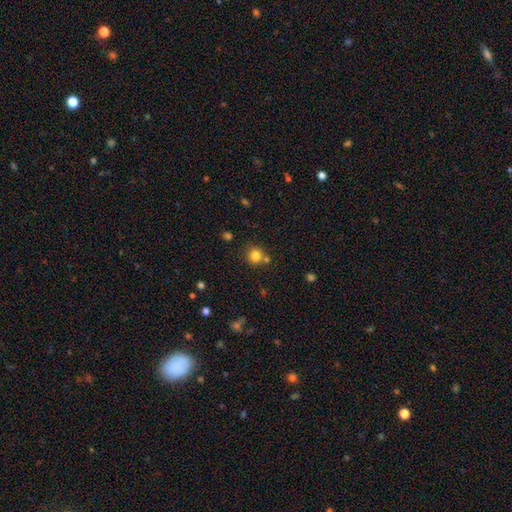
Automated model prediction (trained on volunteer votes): smooth_or_featured: smooth (p=0.81) [alt: star or artifact p=0.12]
how_rounded: round (p=0.90) [alt: in between p=0.09]
merging: none (p=0.71) [alt: merger p=0.17]